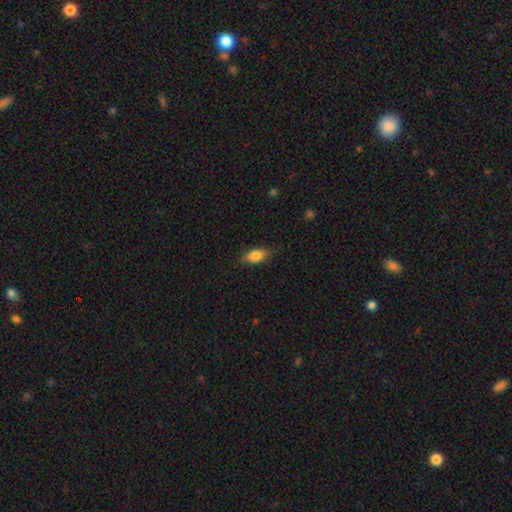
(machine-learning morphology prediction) This is clearly a smooth galaxy (82%). How rounded: clearly in between (85%). Merging: likely none (80%).